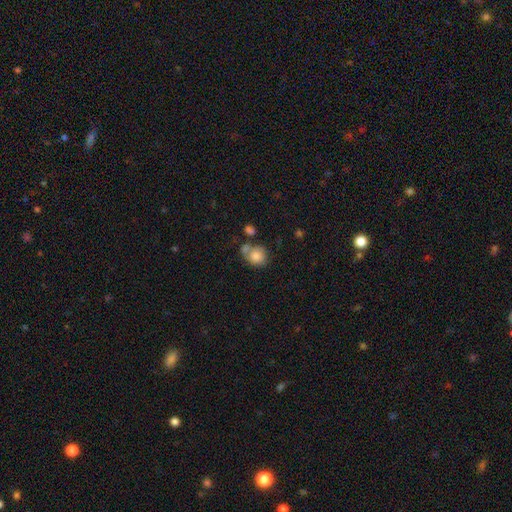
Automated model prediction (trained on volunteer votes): This is clearly a smooth galaxy (81%). How rounded: likely round (70%). Merging: marginally none (44%).